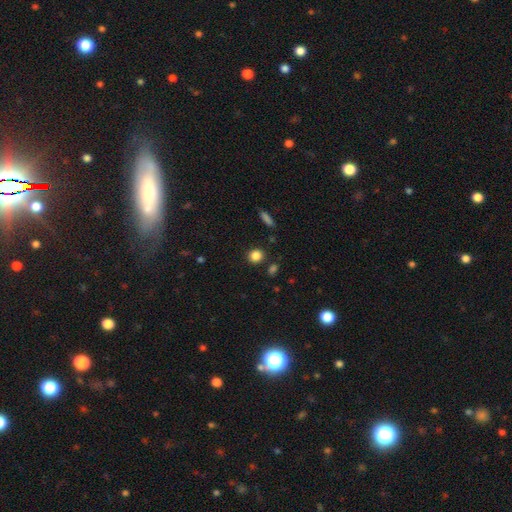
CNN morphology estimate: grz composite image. It shows a smooth galaxy with no disk features (85%) that is round (83%). Merging: none (87%).